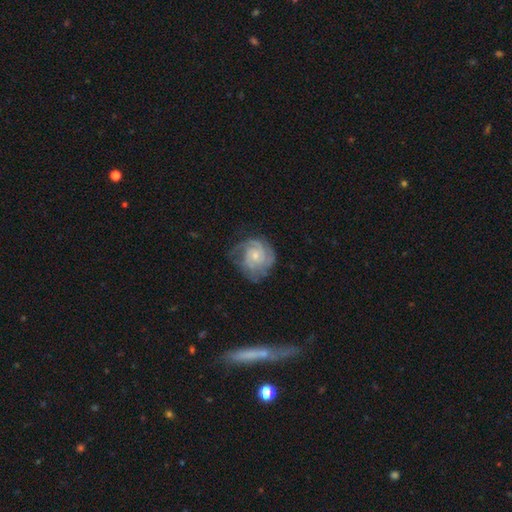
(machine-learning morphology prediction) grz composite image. It shows a featured or disk galaxy (79%) with no bar (78%), can't tell (29%, tied with 3) tight (57%) spiral arms (94%) and a small central bulge (69%). Merging: none (63%).